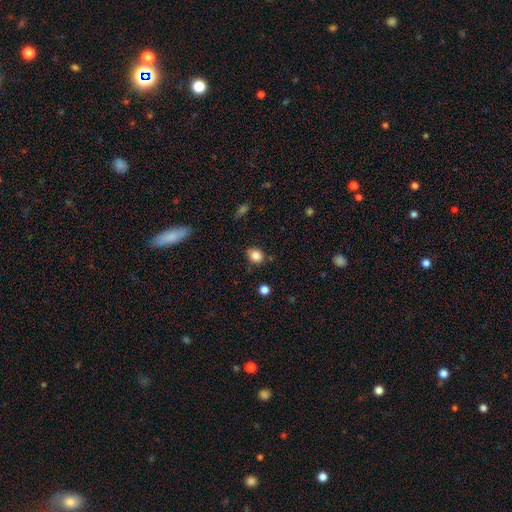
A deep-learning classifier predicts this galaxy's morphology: The model was most divided on "how rounded": round: 57%, in between: 42%, cigar-shaped: 1%. More confident: smooth or featured — smooth (85%); merging — none (75%).